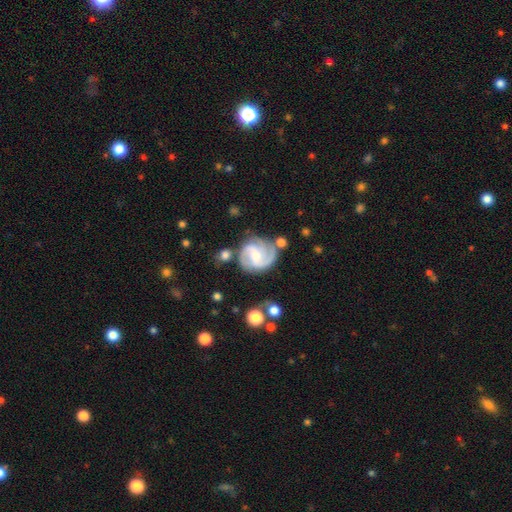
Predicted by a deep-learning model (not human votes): smooth-or-featured: featured or disk: 84% | smooth: 11% | star or artifact: 5%
  disk-edge-on: no: 98% | yes: 2%
    bar: weak: 49% | no: 29% | strong: 21%
    has-spiral-arms: yes: 96% | no: 4%
      spiral-winding: medium: 51% | tight: 31% | loose: 18%
      spiral-arm-count: 2: 59% | 3: 24% | can't tell: 8% | 4: 3% | 1: 3% | more than 4: 2%
    bulge-size: small: 50% | moderate: 43% | none: 4% | large: 3% | dominant: 1%
  merging: none: 66% | minor disturbance: 19% | major disturbance: 9% | merger: 7%